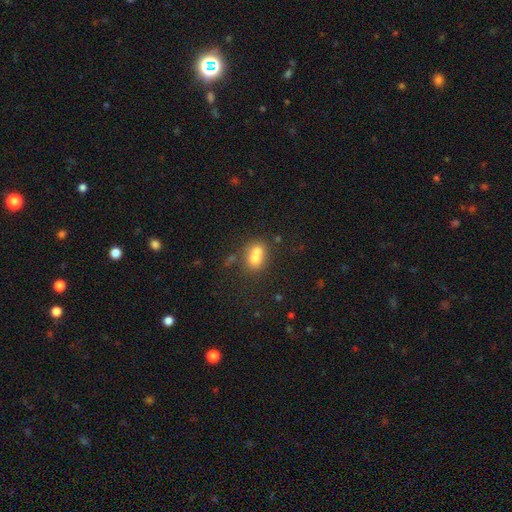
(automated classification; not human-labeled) smooth-or-featured: smooth: 67% | featured or disk: 22% | star or artifact: 11%
  how-rounded: round: 56% | in between: 43% | cigar-shaped: 1%
  merging: merger: 64% | none: 26% | minor disturbance: 7% | major disturbance: 3%